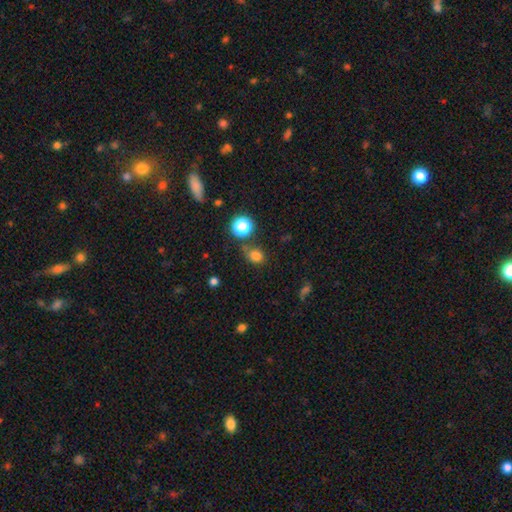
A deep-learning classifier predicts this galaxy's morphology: smooth_or_featured: smooth (p=0.76) [alt: star or artifact p=0.19]
how_rounded: round (p=0.62) [alt: in between p=0.37]
merging: none (p=0.66) [alt: minor disturbance p=0.16]